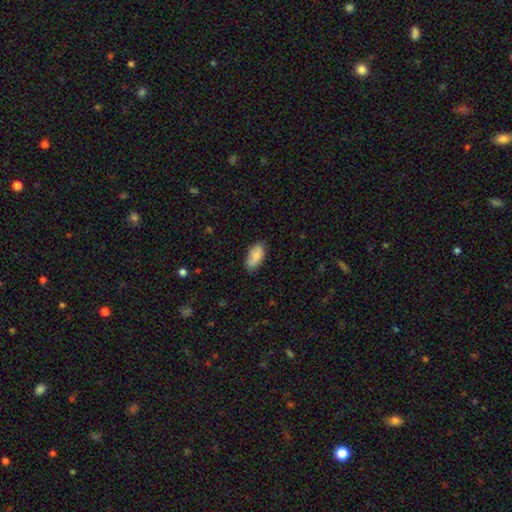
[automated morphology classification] Smooth or featured?
  - smooth: 84% *
  - featured or disk: 9%
  - star or artifact: 7%
How rounded?
  - in between: 92% *
  - cigar-shaped: 5%
  - round: 3%
Merging?
  - none: 73% *
  - minor disturbance: 21%
  - major disturbance: 4%
  - merger: 2%